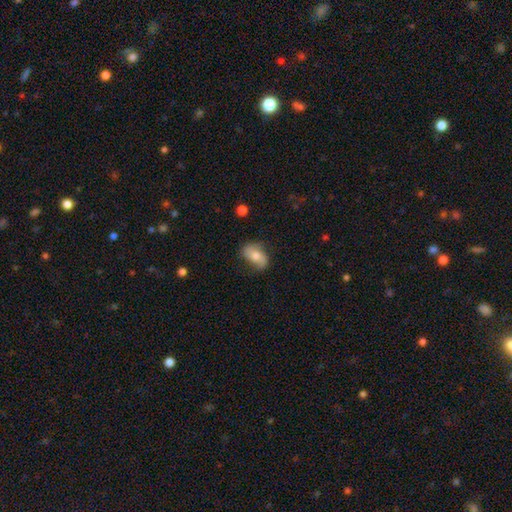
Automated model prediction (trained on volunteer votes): Smooth or featured: smooth — 54% (featured or disk — 39%)
How rounded: in between — 87% (round — 10%)
Merging: none — 65% (minor disturbance — 25%)